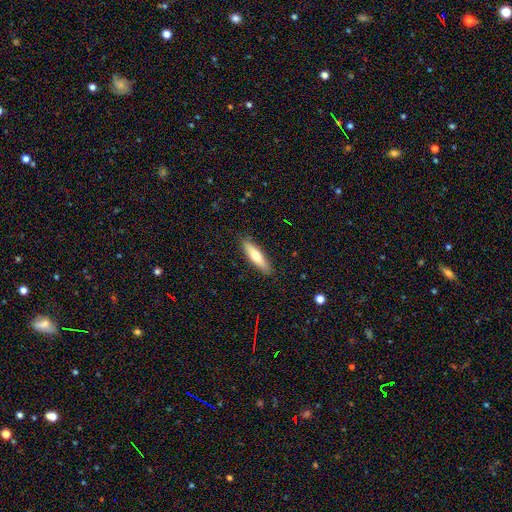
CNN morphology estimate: Smooth or featured? smooth (63%)
How rounded? cigar-shaped (71%)
Merging? none (89%)